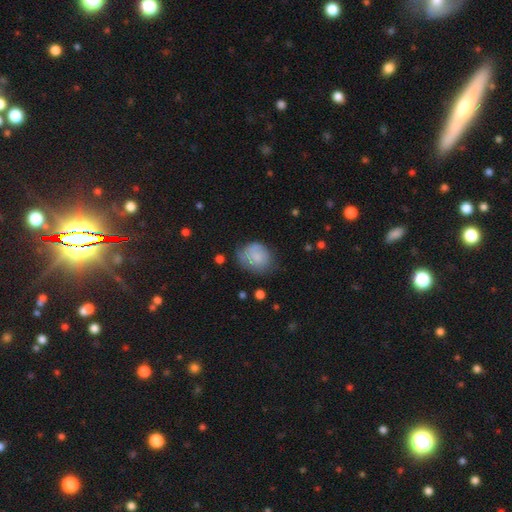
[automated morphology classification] This is likely a smooth galaxy (70%). How rounded: possibly round (58%). Merging: possibly none (51%).